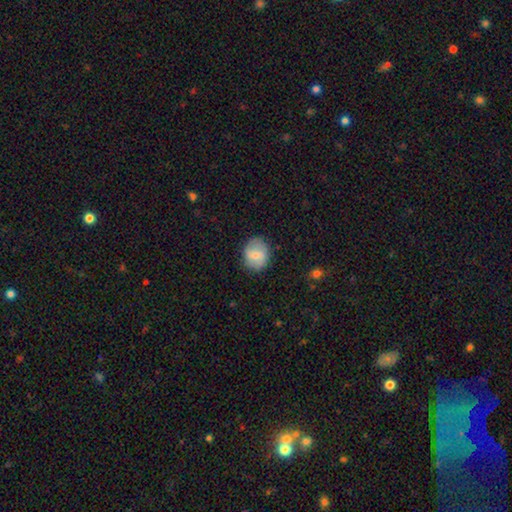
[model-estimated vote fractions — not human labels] A smooth galaxy with no disk features (61%) that is round (72%). Merging: none (82%).